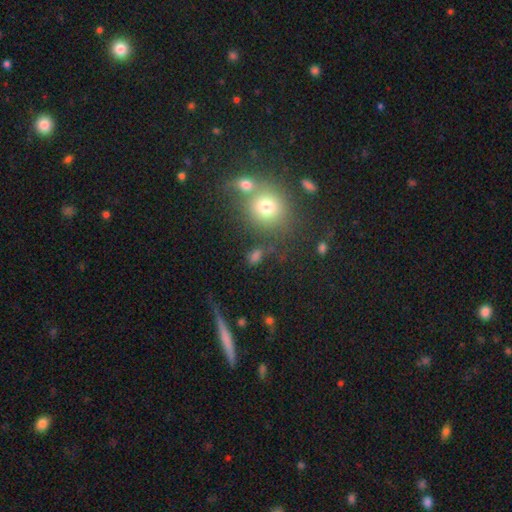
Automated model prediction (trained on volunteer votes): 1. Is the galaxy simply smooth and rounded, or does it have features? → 71% smooth, 19% star or artifact, 10% featured or disk.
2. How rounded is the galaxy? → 58% in between, 38% round, 4% cigar-shaped.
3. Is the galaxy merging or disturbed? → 64% none, 15% merger, 13% minor disturbance, 8% major disturbance.